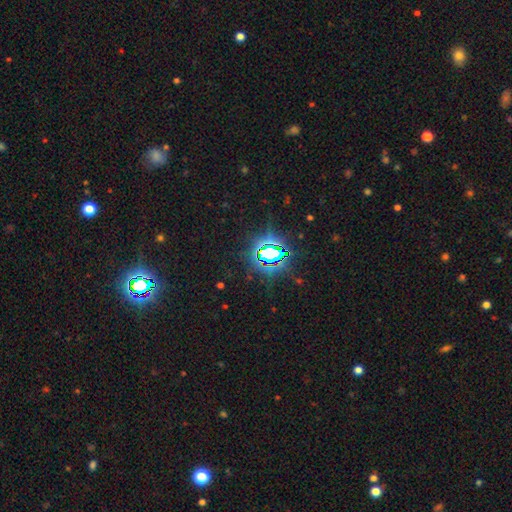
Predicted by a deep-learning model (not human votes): A star or artifact, not a galaxy (82%).